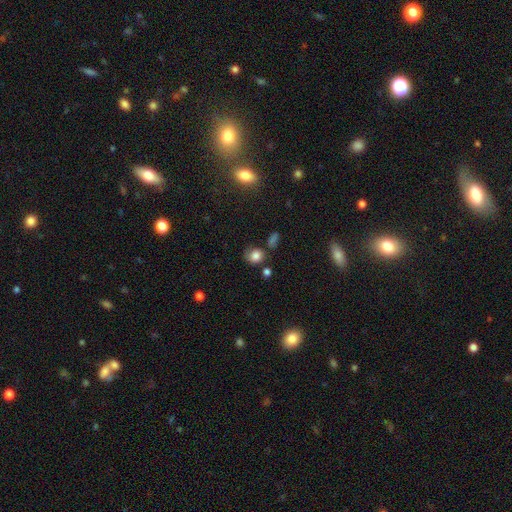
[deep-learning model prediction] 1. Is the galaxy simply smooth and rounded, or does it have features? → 77% smooth, 12% star or artifact, 11% featured or disk.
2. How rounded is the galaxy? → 65% round, 34% in between, 1% cigar-shaped.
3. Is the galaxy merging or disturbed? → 54% none, 25% minor disturbance, 12% major disturbance, 8% merger.